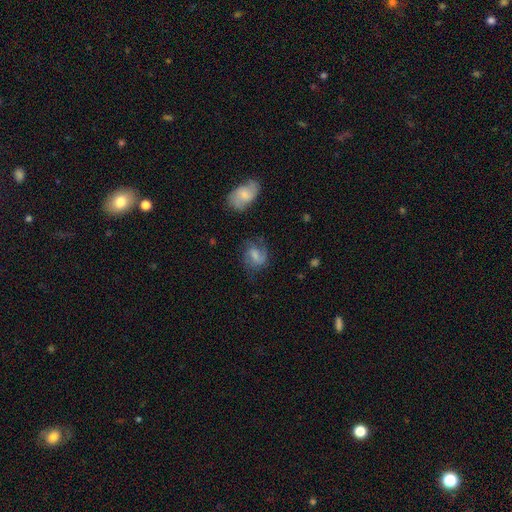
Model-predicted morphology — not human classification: A featured or disk galaxy (55%) with a weak bar (53%), spiral arms (87%) and a moderate central bulge (34%).

Vote fractions:
- Smooth or featured? featured or disk: 55% / smooth: 36% / star or artifact: 9%
- Edge-on disk? no: 97% / yes: 3%
- Bar? weak: 53% / no: 33% / strong: 14%
- Spiral arms? yes: 87% / no: 13%
- Bulge size? moderate: 34% / small: 33% / none: 24% / large: 7% / dominant: 2%
- Merging? none: 59% / minor disturbance: 23% / major disturbance: 15% / merger: 4%